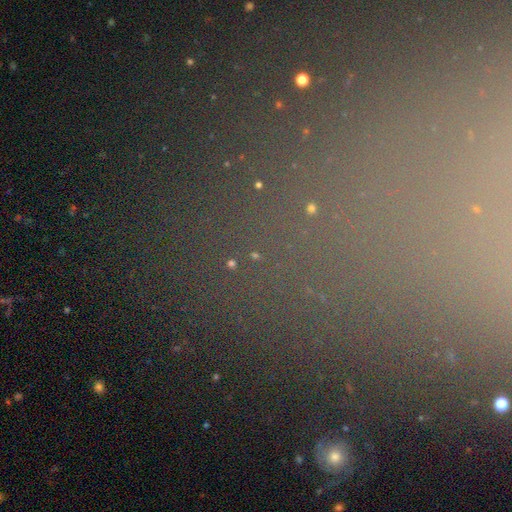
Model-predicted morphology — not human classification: Smooth or featured?
  - star or artifact: 77% *
  - smooth: 14%
  - featured or disk: 10%